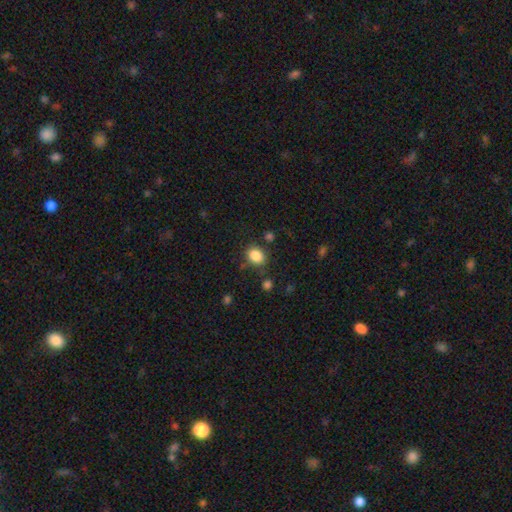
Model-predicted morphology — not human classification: smooth-or-featured: smooth: 85% | star or artifact: 10% | featured or disk: 5%
  how-rounded: in between: 55% | round: 44% | cigar-shaped: 1%
  merging: none: 77% | minor disturbance: 13% | merger: 5% | major disturbance: 4%